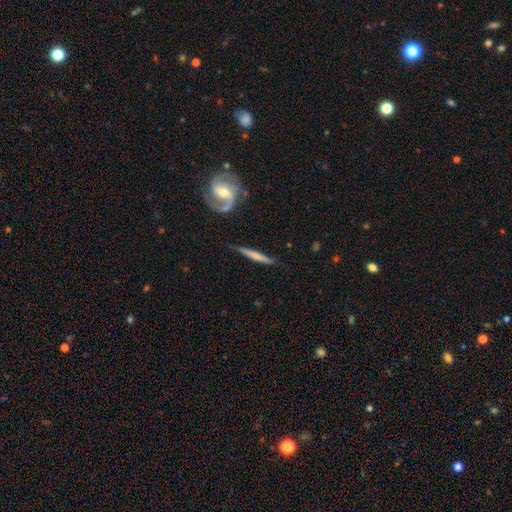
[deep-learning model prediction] smooth_or_featured: featured or disk (p=0.51) [alt: smooth p=0.44]
disk_edge_on: yes (p=0.85) [alt: no p=0.15]
merging: none (p=0.78) [alt: minor disturbance p=0.15]